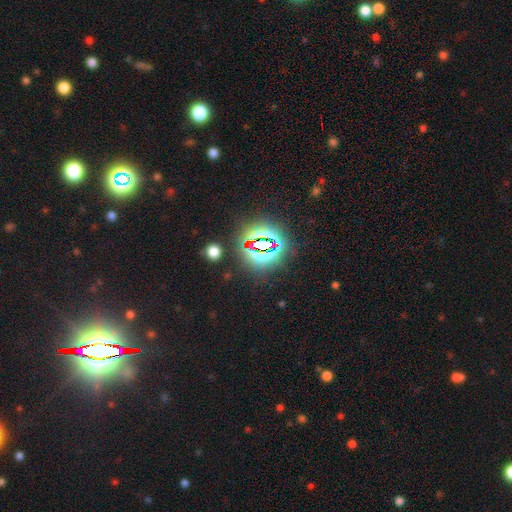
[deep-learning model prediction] This is likely a star or artifact rather than a galaxy (79%).